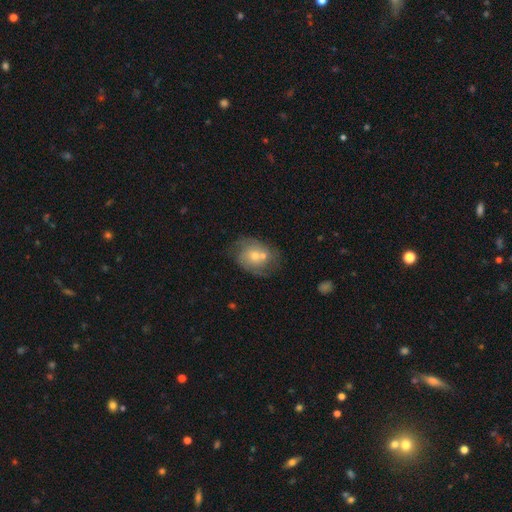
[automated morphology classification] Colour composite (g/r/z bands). It shows a featured or disk galaxy (50%). Merging: none (42%).